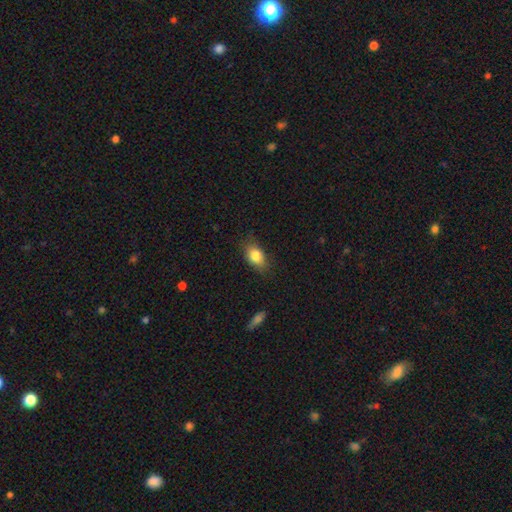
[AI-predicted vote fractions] This is clearly a smooth galaxy (83%). How rounded: clearly in between (82%). Merging: likely none (79%).